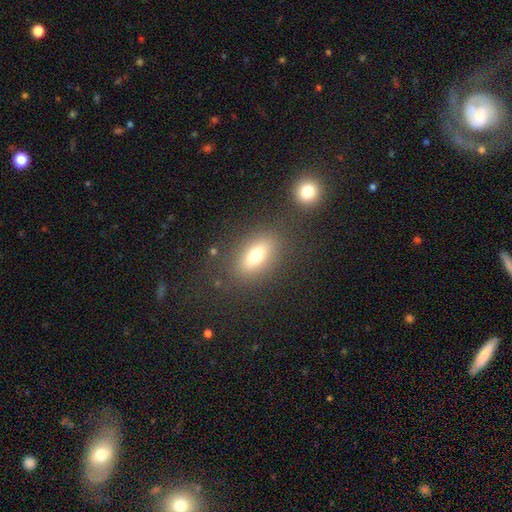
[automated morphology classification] Smooth or featured? smooth (73%)
How rounded? in between (81%)
Merging? none (78%)